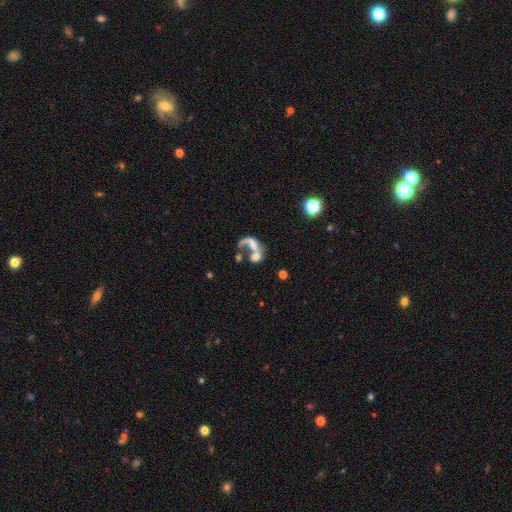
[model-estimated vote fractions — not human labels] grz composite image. It shows a featured or disk galaxy (52%). Merging: merger (54%).